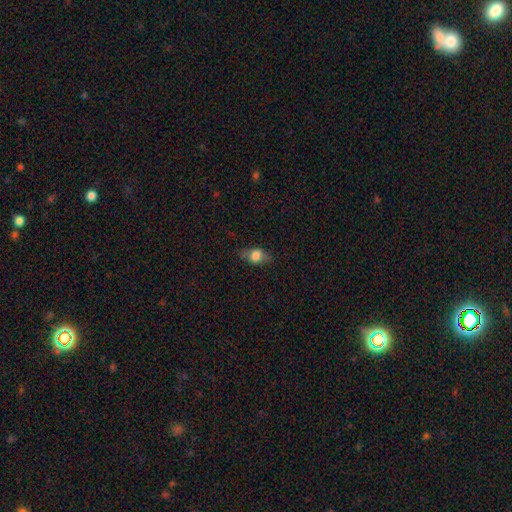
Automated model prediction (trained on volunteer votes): smooth-or-featured: smooth: 66% | featured or disk: 24% | star or artifact: 10%
  how-rounded: in between: 76% | round: 17% | cigar-shaped: 7%
  merging: none: 77% | minor disturbance: 17% | major disturbance: 5% | merger: 1%